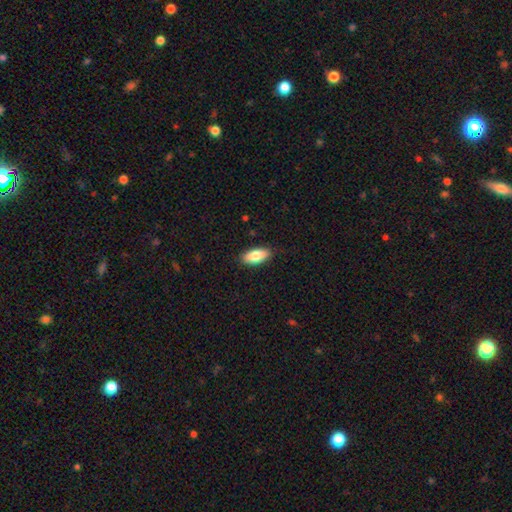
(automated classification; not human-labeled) smooth 80%, featured or disk 14%, star or artifact 6%. Down the decision tree: how rounded — in between (85%); merging — none (87%).